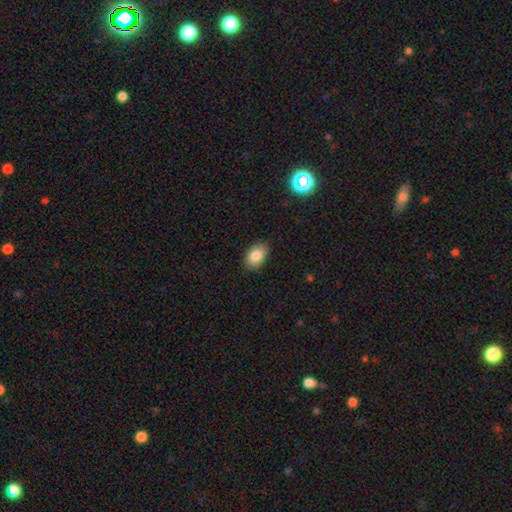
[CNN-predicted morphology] This appears to be a smooth galaxy with no disk features (84%) that is in between round and cigar-shaped (90%). Merging: none (87%).